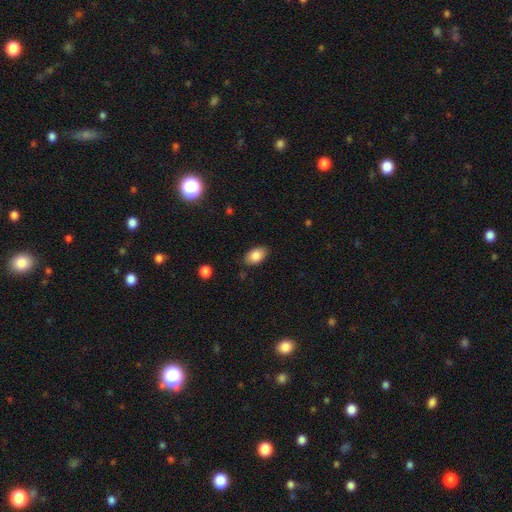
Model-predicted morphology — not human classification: type=smooth (85%); roundness=in between (92%); merging=none (84%).